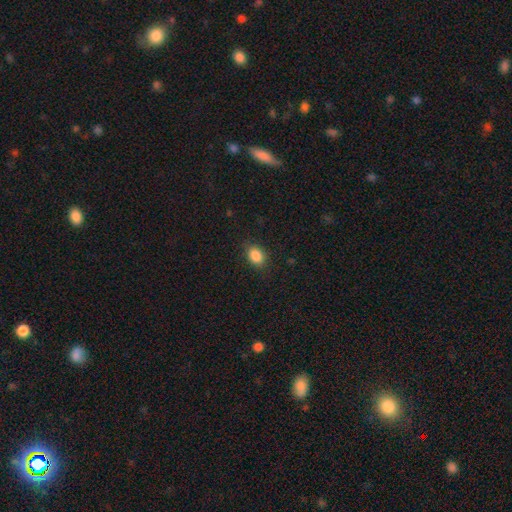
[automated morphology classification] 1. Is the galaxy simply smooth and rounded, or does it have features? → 87% smooth, 9% star or artifact, 4% featured or disk.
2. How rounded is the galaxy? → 75% in between, 23% round, 1% cigar-shaped.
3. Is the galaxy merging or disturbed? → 84% none, 12% minor disturbance, 3% major disturbance, 1% merger.